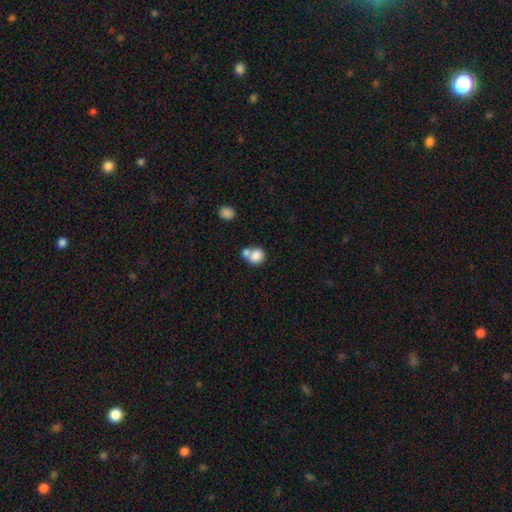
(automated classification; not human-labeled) Morphology: type=smooth (82%); roundness=round (62%); merging=merger (52%).